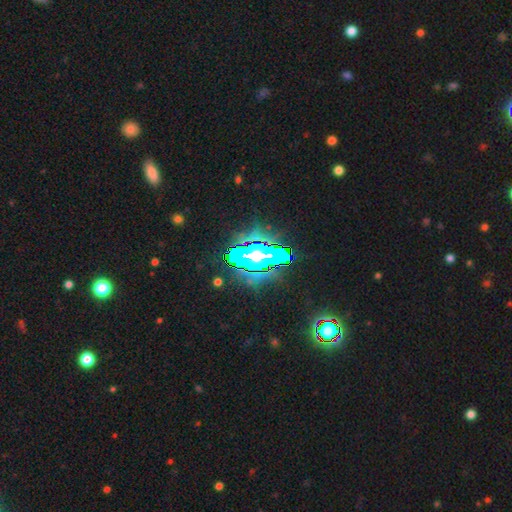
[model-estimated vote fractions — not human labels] Overall: star or artifact (77%).